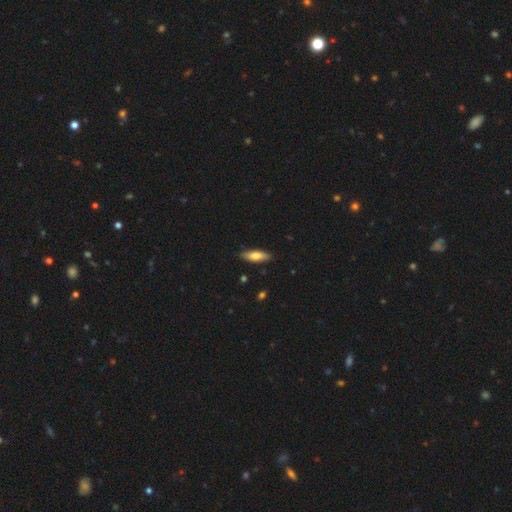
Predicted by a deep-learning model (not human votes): smooth 75%, featured or disk 19%, star or artifact 6%. Down the decision tree: how rounded — in between (58%); merging — none (87%).